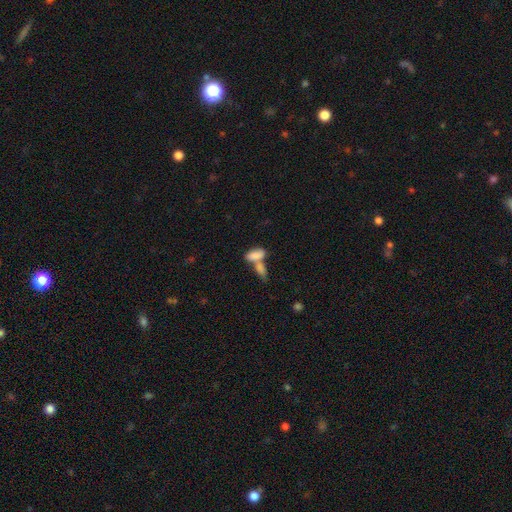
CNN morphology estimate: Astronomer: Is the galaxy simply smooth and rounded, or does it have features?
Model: smooth — 81%.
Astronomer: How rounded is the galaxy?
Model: in between — 87%.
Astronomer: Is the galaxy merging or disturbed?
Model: merger — 64%.